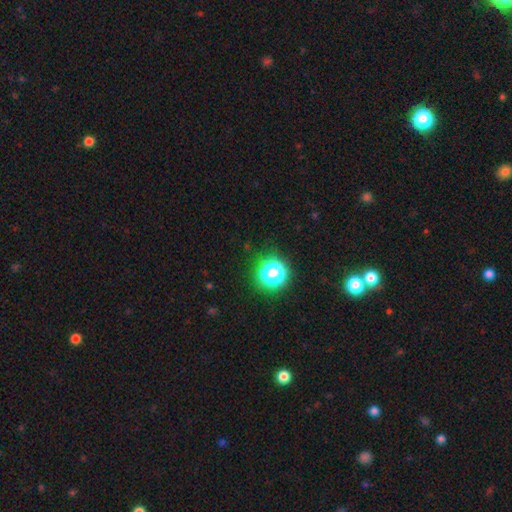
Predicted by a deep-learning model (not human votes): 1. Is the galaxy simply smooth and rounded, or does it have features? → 65% star or artifact, 28% smooth, 6% featured or disk.